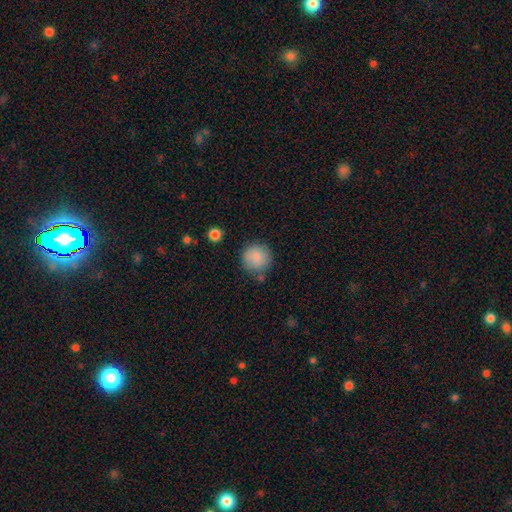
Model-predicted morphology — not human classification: smooth-or-featured: smooth: 85% | star or artifact: 8% | featured or disk: 7%
  how-rounded: round: 94% | in between: 5% | cigar-shaped: 1%
  merging: none: 76% | minor disturbance: 15% | merger: 5% | major disturbance: 4%